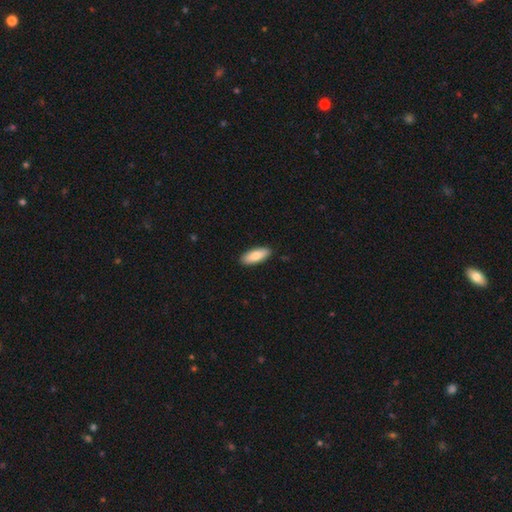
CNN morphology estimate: Overall: smooth (80%). How rounded: in between (76%). Merging: none (90%).